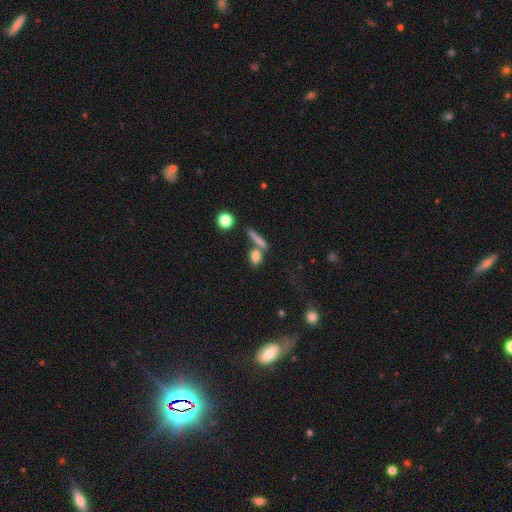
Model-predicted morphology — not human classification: Overall: smooth (78%). How rounded: in between (42%; round 36%). Merging: none (57%; merger 27%).